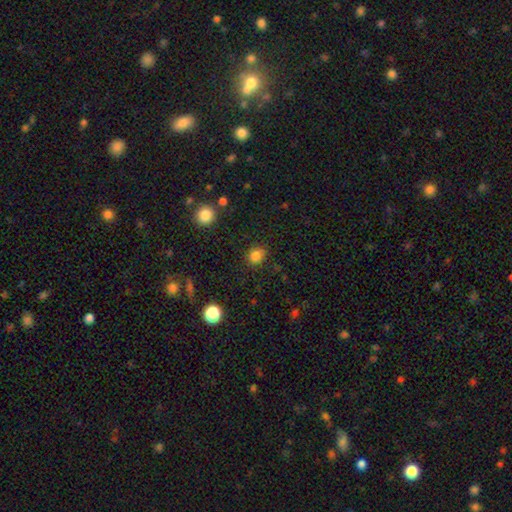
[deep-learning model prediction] Smooth or featured? smooth (83%)
How rounded? round (65%)
Merging? none (84%)